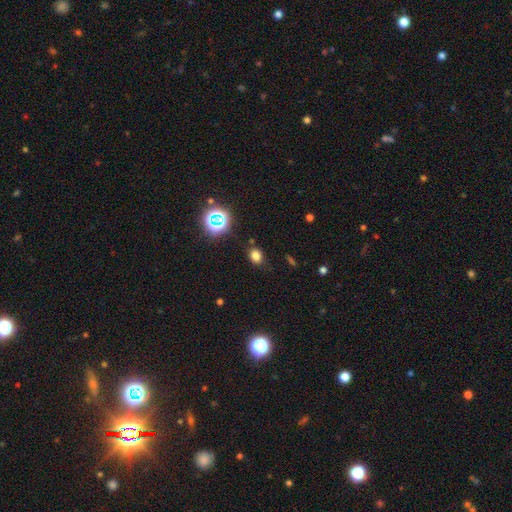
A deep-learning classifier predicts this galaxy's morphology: A smooth galaxy with no disk features (73%) that is in between round and cigar-shaped (57%).

Vote fractions:
- Smooth or featured? smooth: 73% / star or artifact: 20% / featured or disk: 7%
- How rounded? in between: 57% / round: 42% / cigar-shaped: 1%
- Merging? none: 82% / minor disturbance: 12% / major disturbance: 3% / merger: 3%